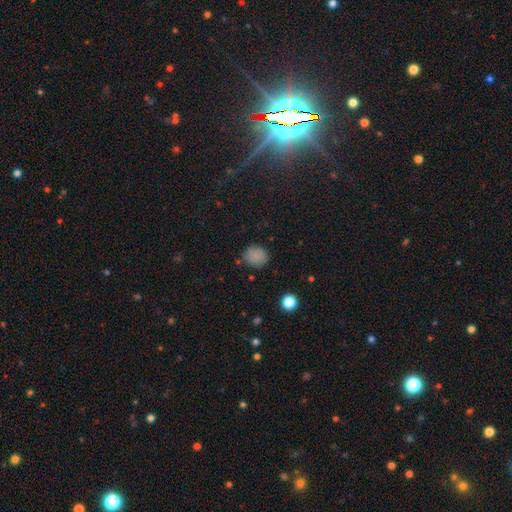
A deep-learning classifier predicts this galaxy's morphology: Overall: smooth (81%). How rounded: round (78%). Merging: none (80%).